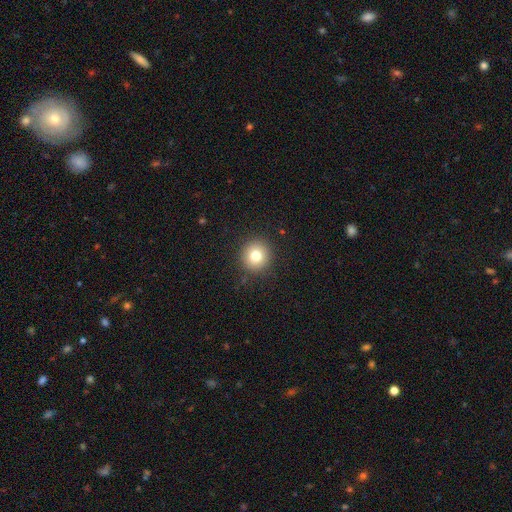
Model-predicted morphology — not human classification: The model was most divided on "smooth or featured": smooth: 77%, star or artifact: 12%, featured or disk: 11%. More confident: how rounded — round (93%); merging — none (91%).